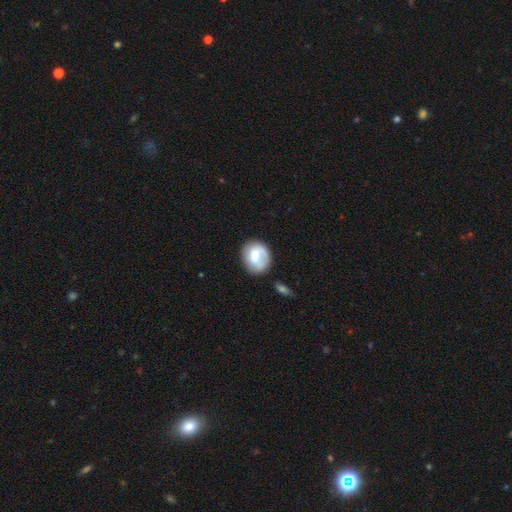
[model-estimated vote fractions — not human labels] Morphology: type=smooth (62%); roundness=round (63%); merging=none (60%).